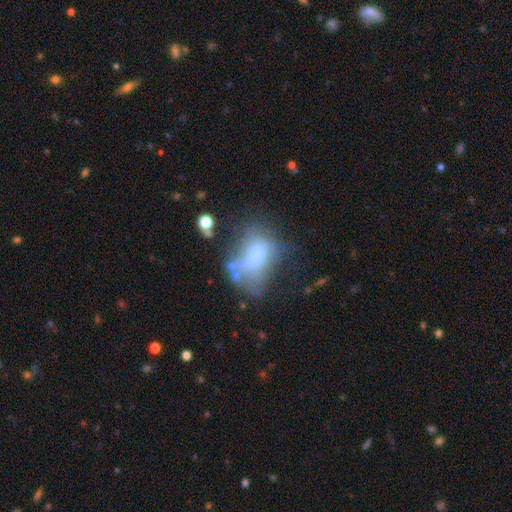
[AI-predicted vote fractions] This is possibly a smooth galaxy (49%). Merging: marginally major disturbance (35%).